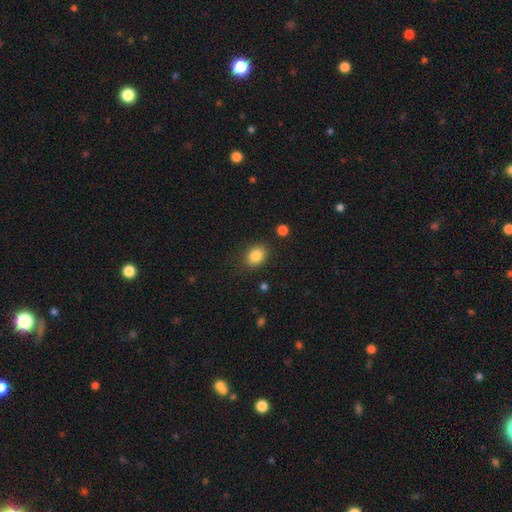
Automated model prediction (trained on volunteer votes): smooth_or_featured: smooth (p=0.85) [alt: star or artifact p=0.10]
how_rounded: in between (p=0.55) [alt: round p=0.44]
merging: none (p=0.85) [alt: minor disturbance p=0.10]